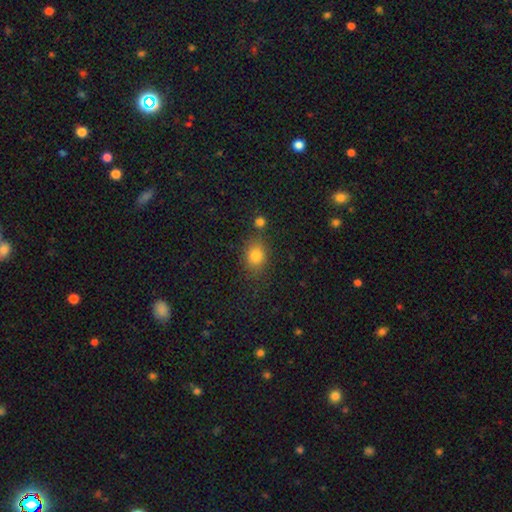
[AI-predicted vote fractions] Overall: smooth (80%). How rounded: in between (51%; round 47%). Merging: none (74%).